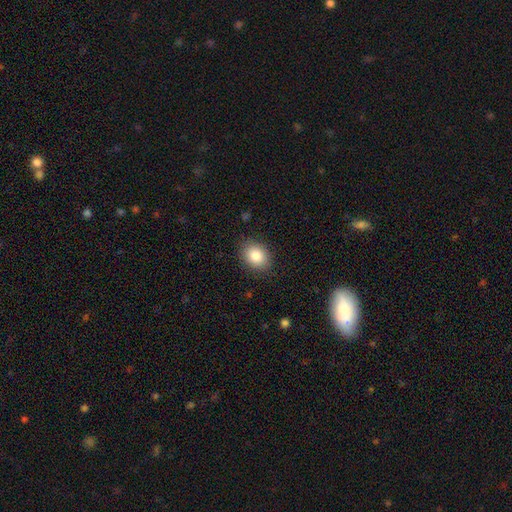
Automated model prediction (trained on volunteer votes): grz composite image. It shows a smooth galaxy with no disk features (85%) that is in between round and cigar-shaped (54%). Merging: none (86%).